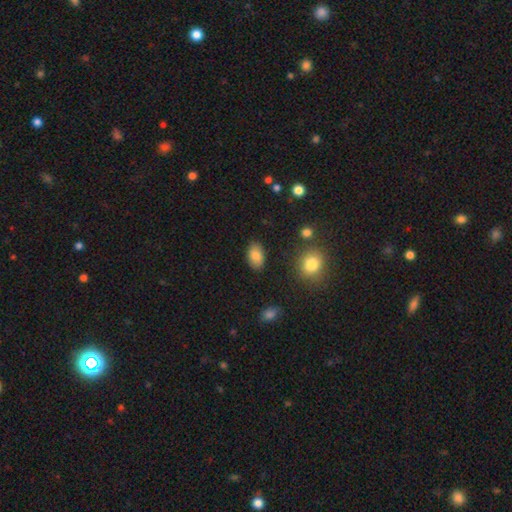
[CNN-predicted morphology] smooth_or_featured: smooth (p=0.83) [alt: featured or disk p=0.09]
how_rounded: in between (p=0.90) [alt: round p=0.08]
merging: none (p=0.86) [alt: minor disturbance p=0.10]